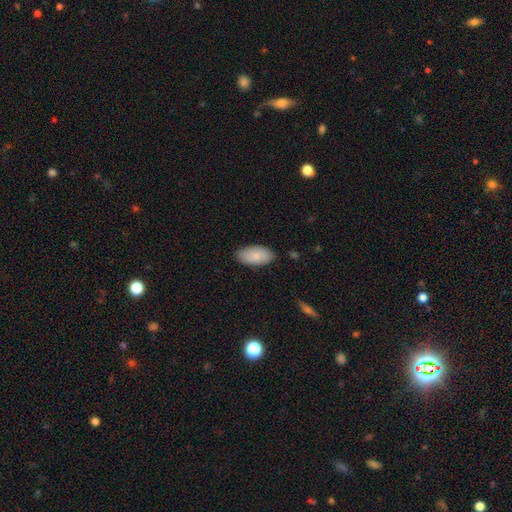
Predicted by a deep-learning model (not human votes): Smooth or featured?
  - smooth: 84% *
  - featured or disk: 10%
  - star or artifact: 6%
How rounded?
  - in between: 95% *
  - cigar-shaped: 3%
  - round: 2%
Merging?
  - none: 84% *
  - minor disturbance: 13%
  - major disturbance: 2%
  - merger: 1%